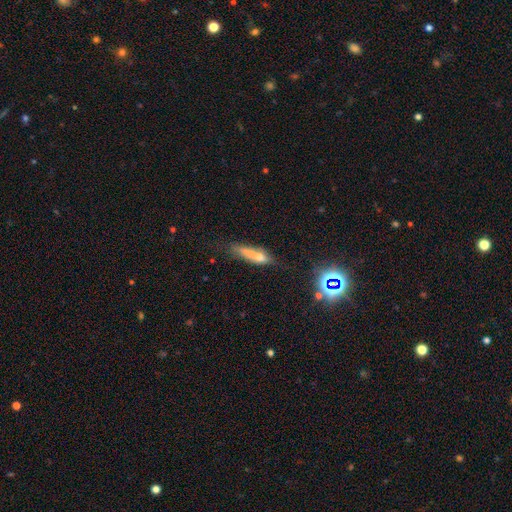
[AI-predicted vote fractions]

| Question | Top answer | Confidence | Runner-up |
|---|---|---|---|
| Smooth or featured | smooth | 58% | featured or disk (30%) |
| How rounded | cigar-shaped | 66% | in between (30%) |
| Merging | none | 41% | minor disturbance (23%) |